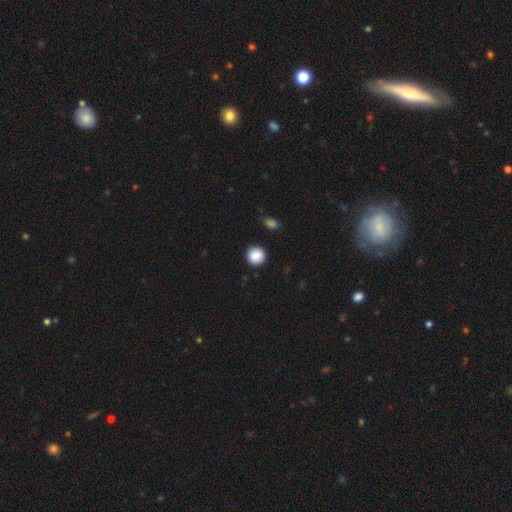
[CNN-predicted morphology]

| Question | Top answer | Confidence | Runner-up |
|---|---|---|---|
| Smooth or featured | smooth | 89% | star or artifact (8%) |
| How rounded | round | 93% | in between (6%) |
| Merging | none | 91% | minor disturbance (6%) |